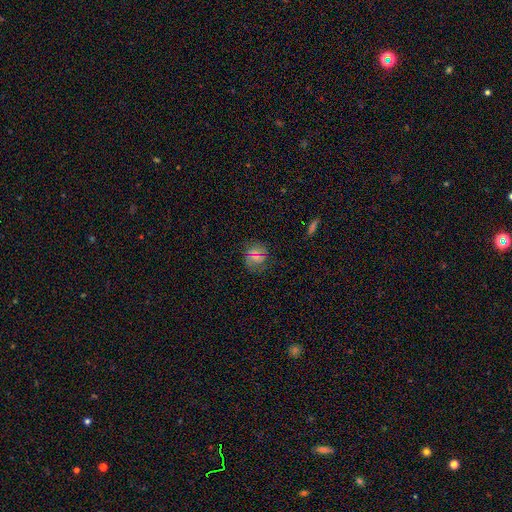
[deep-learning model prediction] Morphology: type=smooth (58%); roundness=round (78%); merging=none (77%).